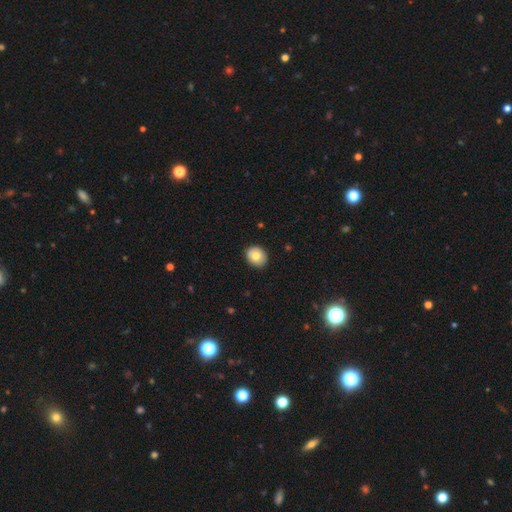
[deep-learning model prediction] A smooth galaxy with no disk features (78%) that is round (65%). Merging: none (89%).